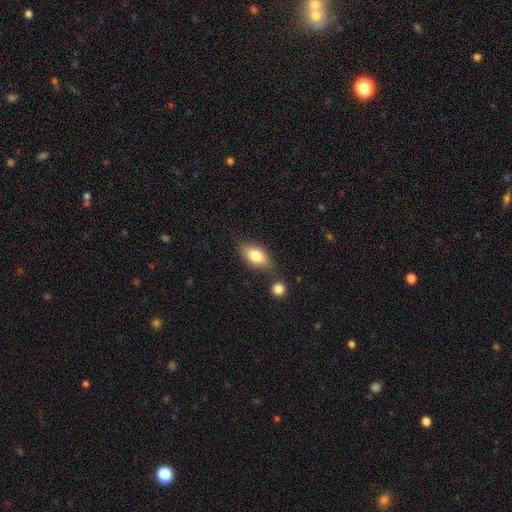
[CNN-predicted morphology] A smooth galaxy with no disk features (77%) that is in between round and cigar-shaped (88%). Merging: none (67%).